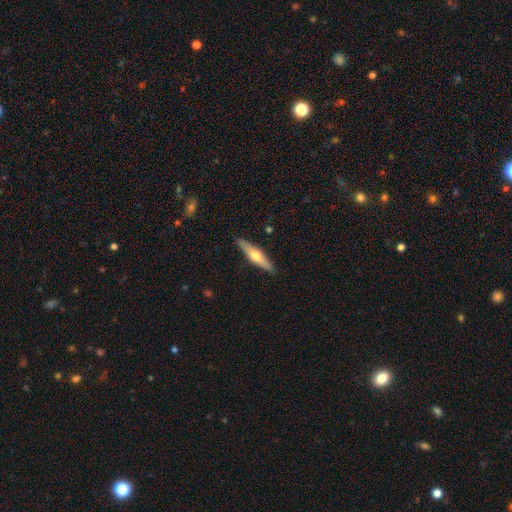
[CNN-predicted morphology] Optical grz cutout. It shows a featured or disk galaxy (51%) viewed edge-on (93%). Merging: none (90%).